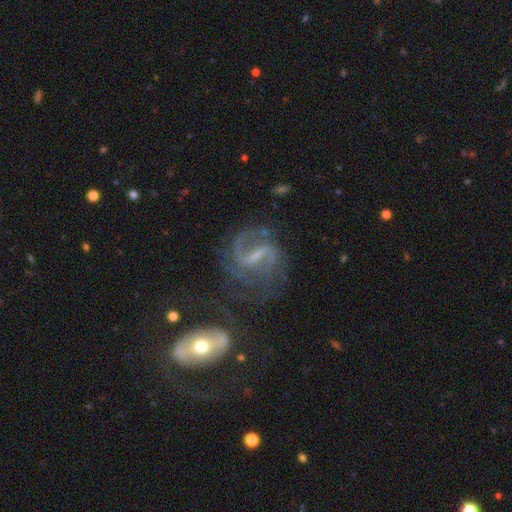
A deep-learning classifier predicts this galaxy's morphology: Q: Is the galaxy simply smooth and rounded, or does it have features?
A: featured or disk — 88%.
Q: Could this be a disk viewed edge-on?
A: no — 97%.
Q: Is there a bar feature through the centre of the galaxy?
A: strong — 50%.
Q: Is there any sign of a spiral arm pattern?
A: yes — 96%.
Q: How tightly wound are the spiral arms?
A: medium — 52%.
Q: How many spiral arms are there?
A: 2 — 88%.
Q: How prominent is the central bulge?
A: small — 51%.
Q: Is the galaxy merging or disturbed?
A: none — 63%.